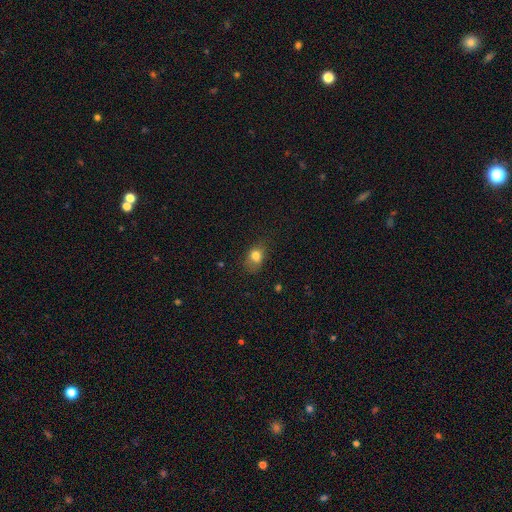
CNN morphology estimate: smooth 80%, star or artifact 11%, featured or disk 9%. Down the decision tree: how rounded — in between (65%); merging — none (63%).